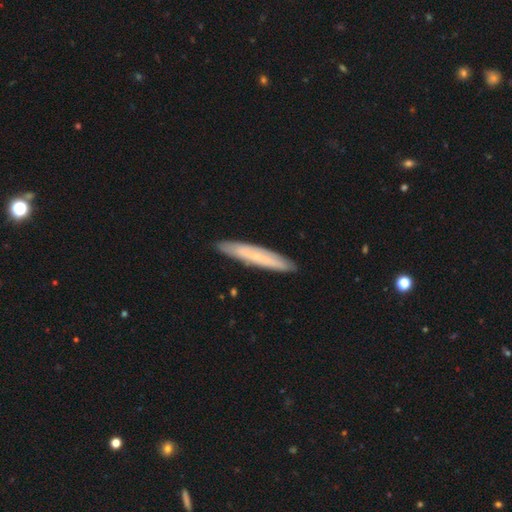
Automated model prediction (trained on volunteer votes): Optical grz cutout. It shows a smooth galaxy with no disk features (52%) that is cigar-shaped (92%). Merging: none (88%).